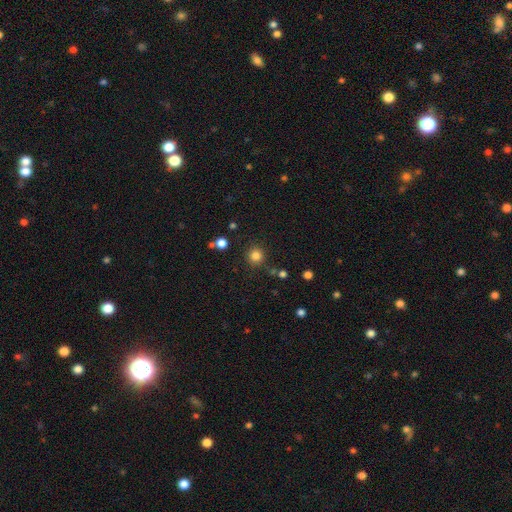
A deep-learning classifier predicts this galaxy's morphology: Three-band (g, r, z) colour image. It shows a smooth galaxy with no disk features (82%) that is round (94%). Merging: none (86%).